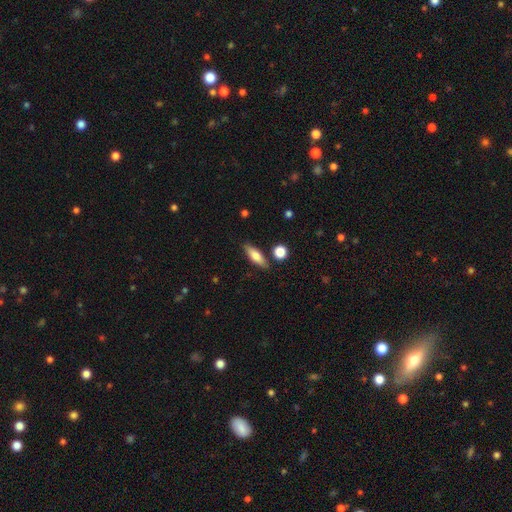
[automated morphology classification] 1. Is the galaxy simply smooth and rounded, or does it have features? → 67% smooth, 26% featured or disk, 7% star or artifact.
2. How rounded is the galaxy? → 49% in between, 47% cigar-shaped, 4% round.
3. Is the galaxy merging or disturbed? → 83% none, 10% minor disturbance, 4% merger, 2% major disturbance.